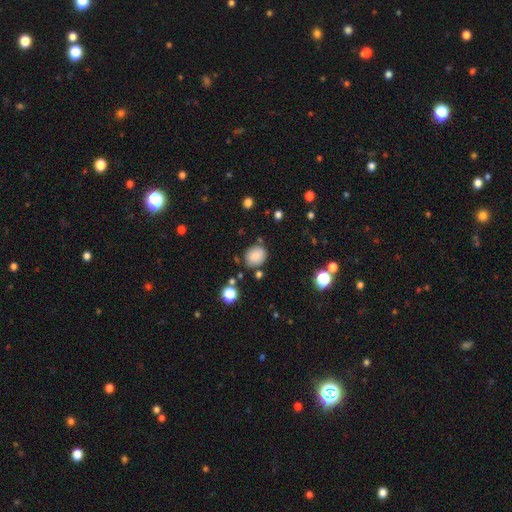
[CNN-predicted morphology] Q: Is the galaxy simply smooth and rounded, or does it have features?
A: smooth — 83%.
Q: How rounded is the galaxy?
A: round — 62%.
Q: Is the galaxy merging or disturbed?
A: none — 79%.